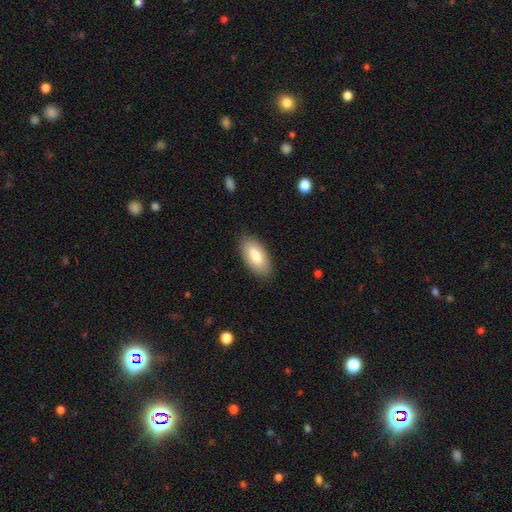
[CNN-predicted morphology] smooth-or-featured: smooth: 79% | featured or disk: 15% | star or artifact: 6%
  how-rounded: in between: 92% | cigar-shaped: 6% | round: 2%
  merging: none: 87% | minor disturbance: 10% | major disturbance: 2% | merger: 1%